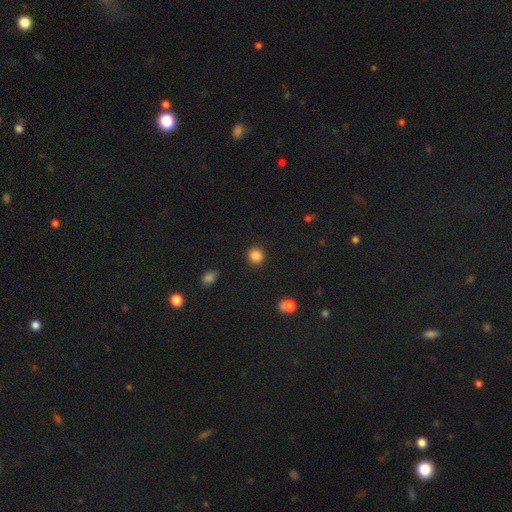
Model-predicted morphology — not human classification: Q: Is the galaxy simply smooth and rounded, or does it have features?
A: smooth — 87%.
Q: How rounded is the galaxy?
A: round — 91%.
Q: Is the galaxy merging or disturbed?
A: none — 90%.